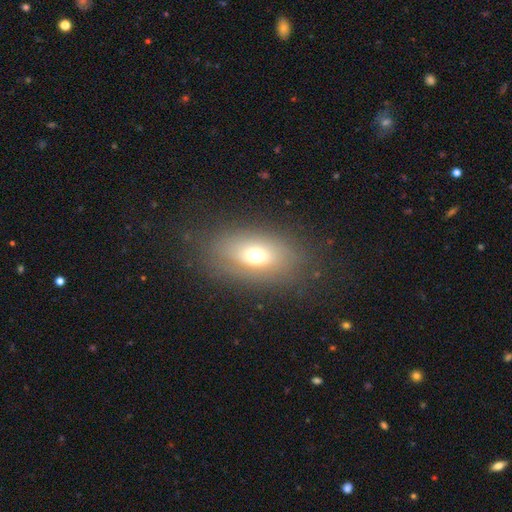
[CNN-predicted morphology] Overall: smooth (64%). How rounded: in between (82%). Merging: none (78%).